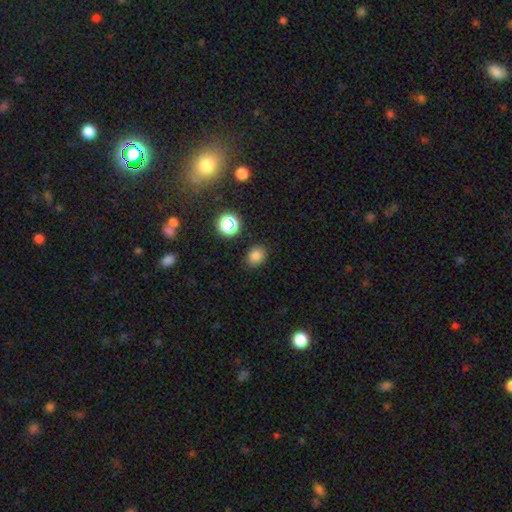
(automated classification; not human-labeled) A smooth galaxy with no disk features (78%) that is round (52%).

Vote fractions:
- Smooth or featured? smooth: 78% / star or artifact: 15% / featured or disk: 6%
- How rounded? round: 52% / in between: 47% / cigar-shaped: 1%
- Merging? none: 86% / minor disturbance: 9% / major disturbance: 3% / merger: 2%